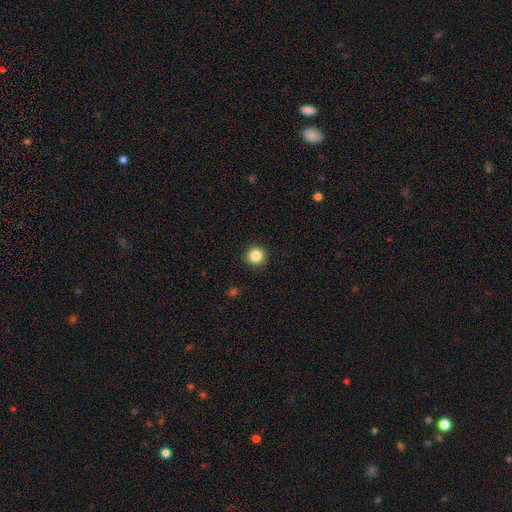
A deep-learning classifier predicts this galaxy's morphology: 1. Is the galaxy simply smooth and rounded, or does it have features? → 85% smooth, 10% star or artifact, 4% featured or disk.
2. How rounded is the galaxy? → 94% round, 5% in between, 1% cigar-shaped.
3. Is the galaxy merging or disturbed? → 91% none, 6% minor disturbance, 2% major disturbance, 1% merger.